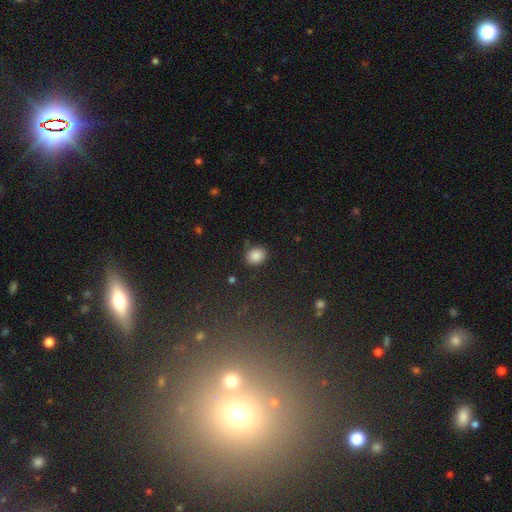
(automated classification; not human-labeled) Smooth or featured? smooth (86%)
How rounded? round (56%)
Merging? none (72%)